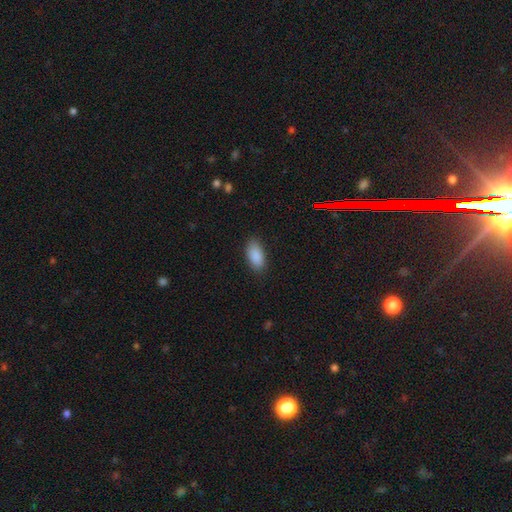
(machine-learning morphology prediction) smooth 89%, star or artifact 7%, featured or disk 4%. Down the decision tree: how rounded — in between (92%); merging — none (86%).